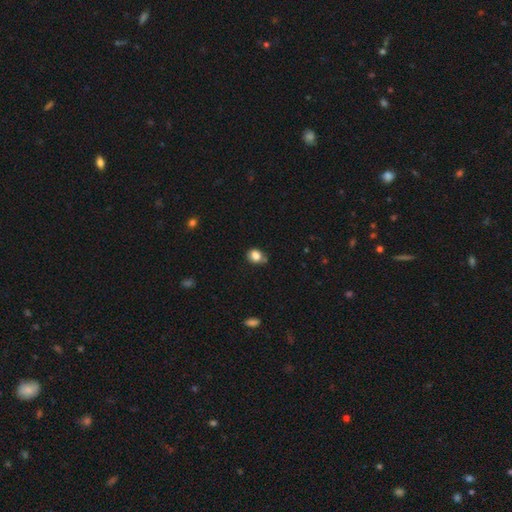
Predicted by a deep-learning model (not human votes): smooth 82%, star or artifact 11%, featured or disk 7%. Down the decision tree: how rounded — round (58%); merging — none (65%).